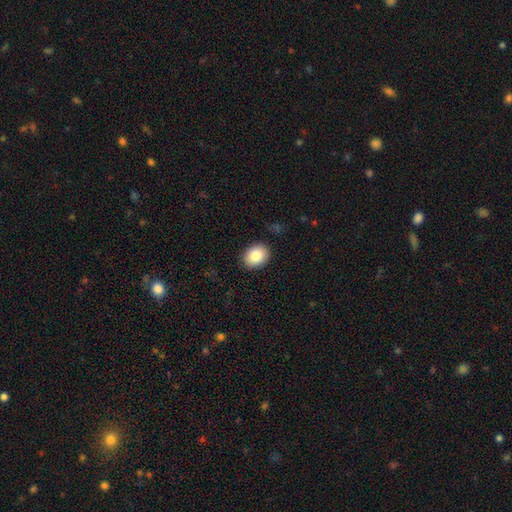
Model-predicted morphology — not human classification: This is clearly a smooth galaxy (84%). How rounded: possibly in between (54%). Merging: clearly none (89%).